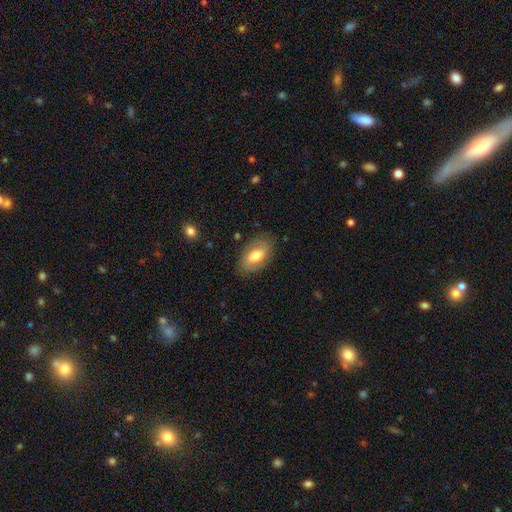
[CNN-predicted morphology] The model was most divided on "smooth or featured": smooth: 61%, featured or disk: 33%, star or artifact: 7%. More confident: how rounded — in between (92%); merging — none (80%).